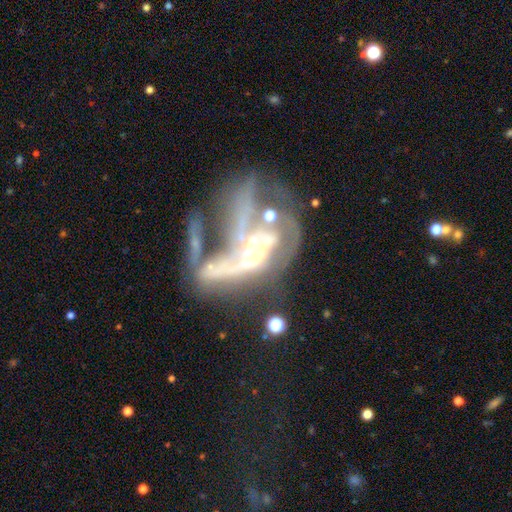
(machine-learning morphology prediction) Smooth or featured: featured or disk — 73% (star or artifact — 14%)
Edge-on disk: no — 93% (yes — 7%)
Bar: no — 64% (weak — 21%)
Spiral arms: yes — 55% (no — 45%)
Bulge size: moderate — 36% (small — 28%)
Merging: merger — 42% (major disturbance — 38%)